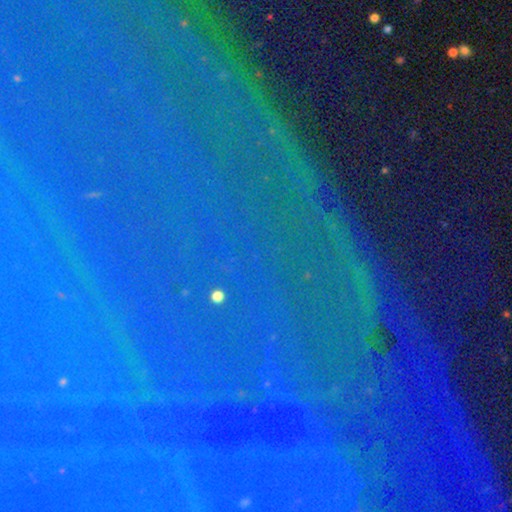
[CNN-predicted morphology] type=star or artifact (85%).